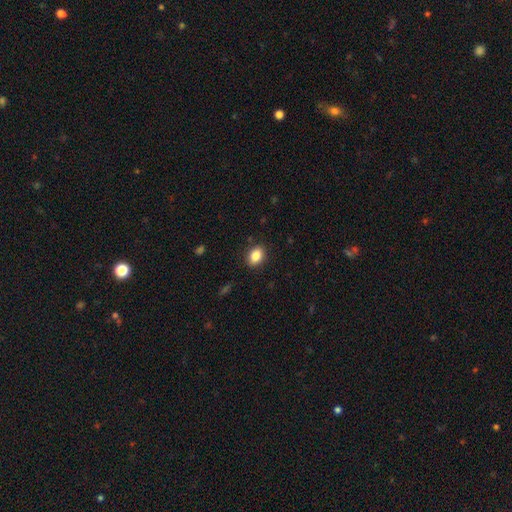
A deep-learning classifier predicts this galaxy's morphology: Smooth or featured? smooth (86%)
How rounded? in between (69%)
Merging? none (88%)